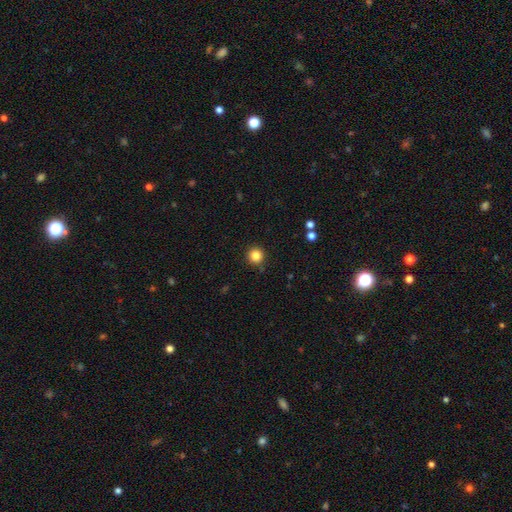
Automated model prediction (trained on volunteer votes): This is clearly a smooth galaxy (84%). How rounded: clearly round (95%). Merging: clearly none (90%).